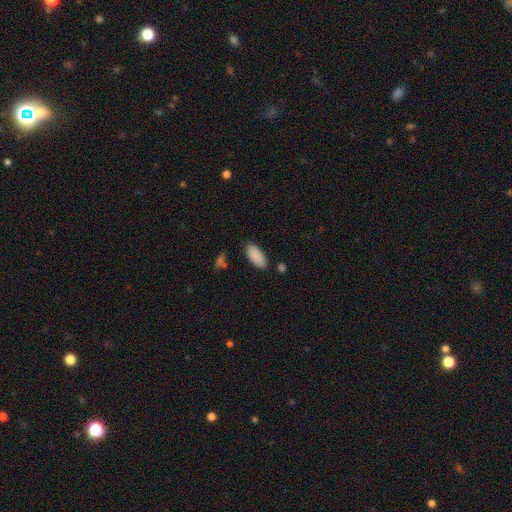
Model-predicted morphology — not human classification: A smooth galaxy with no disk features (89%) that is in between round and cigar-shaped (89%). Merging: none (83%).